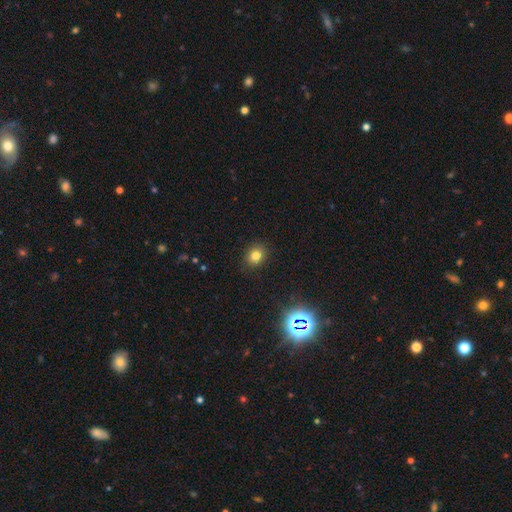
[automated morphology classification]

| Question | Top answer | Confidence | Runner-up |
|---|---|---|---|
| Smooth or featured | smooth | 79% | star or artifact (14%) |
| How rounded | round | 64% | in between (35%) |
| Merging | none | 89% | minor disturbance (8%) |